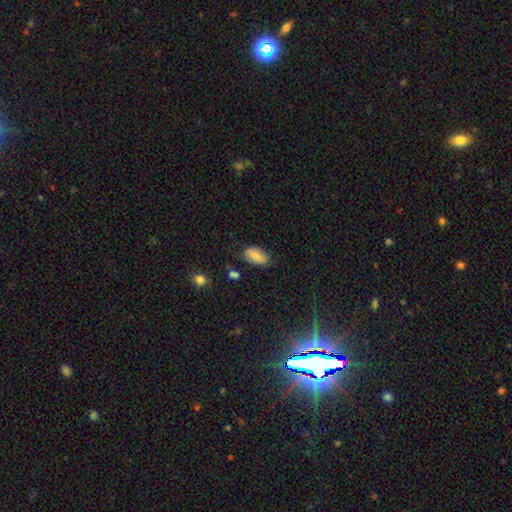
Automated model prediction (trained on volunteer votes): This is likely a smooth galaxy (74%). How rounded: clearly in between (92%). Merging: likely none (73%).